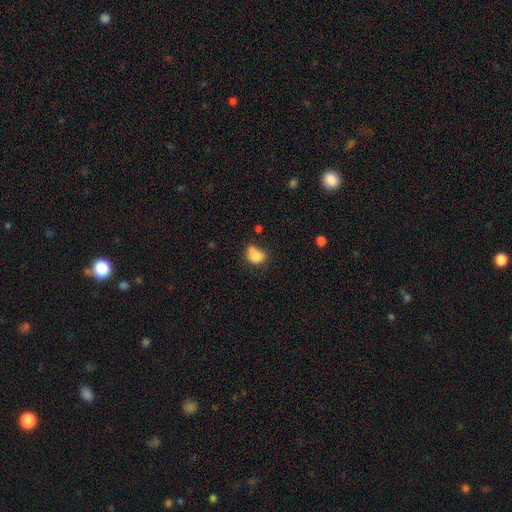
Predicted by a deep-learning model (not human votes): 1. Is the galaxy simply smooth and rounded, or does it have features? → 79% smooth, 11% featured or disk, 10% star or artifact.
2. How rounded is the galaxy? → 52% in between, 47% round, 1% cigar-shaped.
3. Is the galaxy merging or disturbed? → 38% none, 28% minor disturbance, 21% merger, 13% major disturbance.